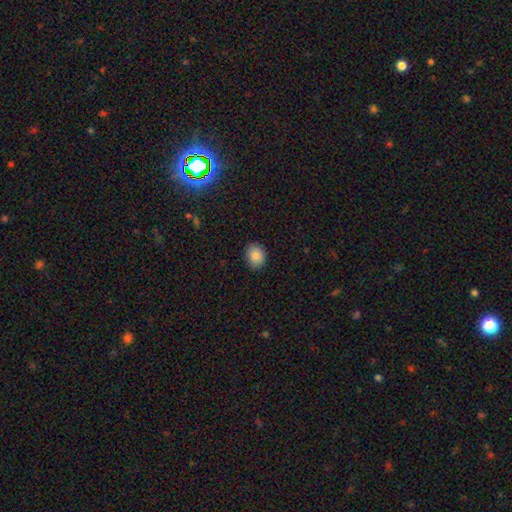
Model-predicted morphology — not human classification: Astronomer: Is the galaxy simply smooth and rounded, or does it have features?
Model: smooth — 87%.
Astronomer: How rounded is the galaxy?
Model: in between — 55% (runner-up: round, 44%).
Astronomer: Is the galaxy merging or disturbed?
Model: none — 87%.